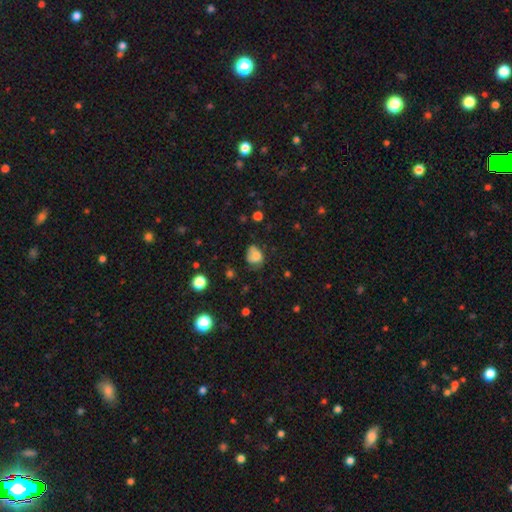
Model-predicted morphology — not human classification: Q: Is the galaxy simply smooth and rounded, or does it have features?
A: smooth — 68%.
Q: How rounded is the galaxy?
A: round — 51%.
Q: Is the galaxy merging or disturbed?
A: none — 42%.